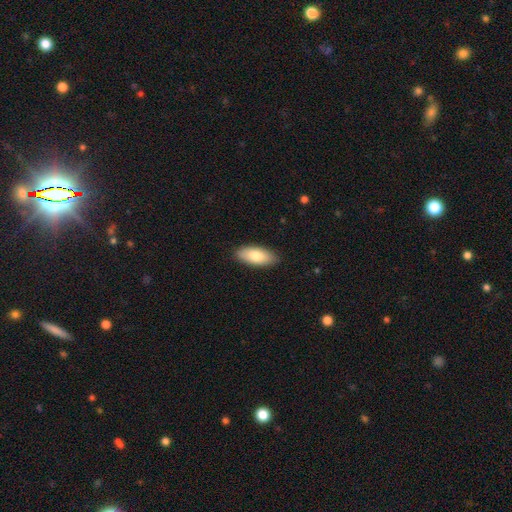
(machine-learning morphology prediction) smooth-or-featured: smooth: 81% | featured or disk: 14% | star or artifact: 6%
  how-rounded: in between: 87% | cigar-shaped: 11% | round: 2%
  merging: none: 88% | minor disturbance: 9% | major disturbance: 2% | merger: 1%